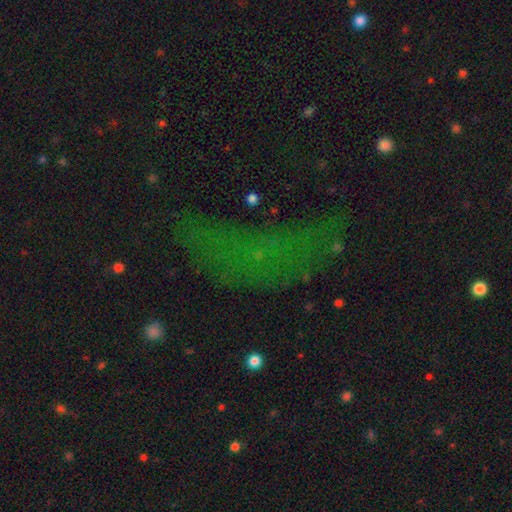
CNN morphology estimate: smooth_or_featured: star or artifact (p=0.57) [alt: smooth p=0.26]